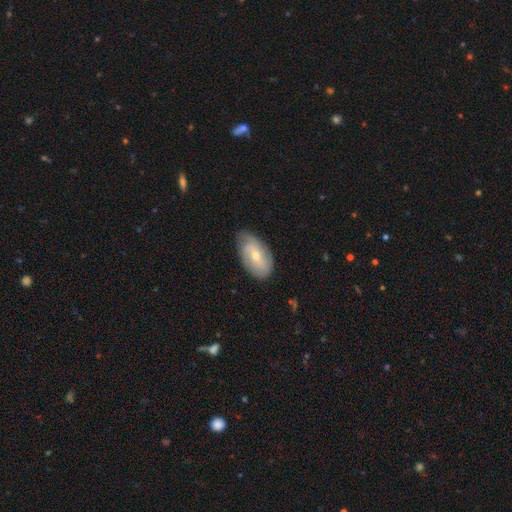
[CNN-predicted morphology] A featured or disk galaxy (47%).

Vote fractions:
- Smooth or featured? featured or disk: 47% / smooth: 46% / star or artifact: 7%
- Merging? none: 68% / minor disturbance: 25% / major disturbance: 5% / merger: 1%